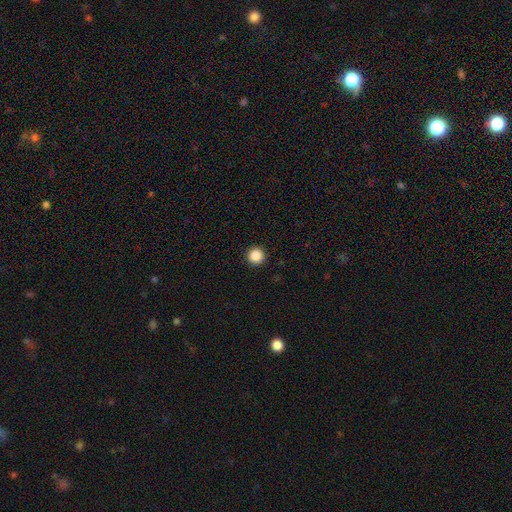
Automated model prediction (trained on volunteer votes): Overall: smooth (87%). How rounded: round (97%). Merging: none (94%).